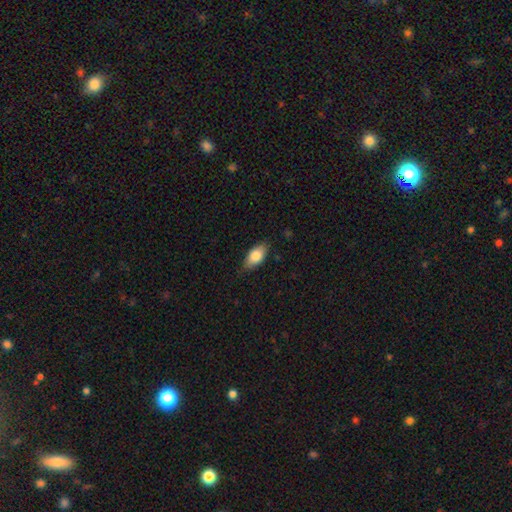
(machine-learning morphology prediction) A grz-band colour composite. It shows a smooth galaxy with no disk features (82%) that is in between round and cigar-shaped (91%). Merging: none (80%).